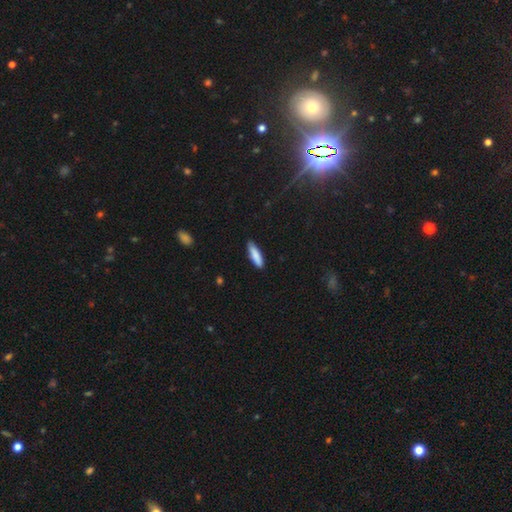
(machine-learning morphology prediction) The model was most divided on "how rounded": cigar-shaped: 66%, in between: 33%, round: 1%. More confident: smooth or featured — smooth (86%); merging — none (85%).